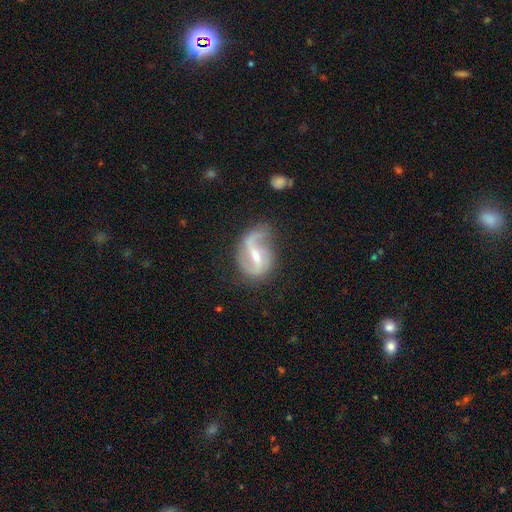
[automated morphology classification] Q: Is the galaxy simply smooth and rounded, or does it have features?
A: featured or disk — 85%.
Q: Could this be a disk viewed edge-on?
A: no — 97%.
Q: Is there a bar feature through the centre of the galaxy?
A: weak — 44%.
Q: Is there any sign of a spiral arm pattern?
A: yes — 93%.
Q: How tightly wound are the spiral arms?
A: loose — 58%.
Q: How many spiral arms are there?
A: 2 — 79%.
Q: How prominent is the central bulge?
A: small — 49%.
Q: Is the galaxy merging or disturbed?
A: none — 55%.